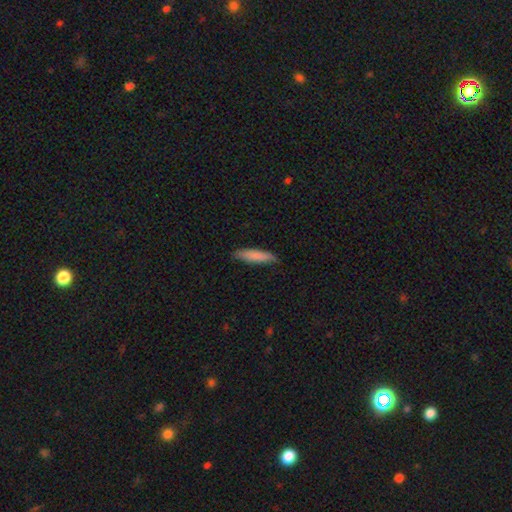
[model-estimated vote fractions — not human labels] A smooth galaxy with no disk features (83%) that is cigar-shaped (81%). Merging: none (84%).